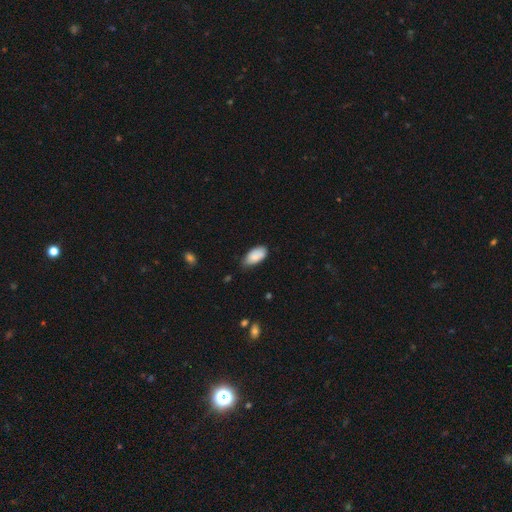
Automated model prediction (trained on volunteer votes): Smooth or featured: smooth — 87% (star or artifact — 7%)
How rounded: in between — 94% (cigar-shaped — 3%)
Merging: none — 58% (minor disturbance — 35%)